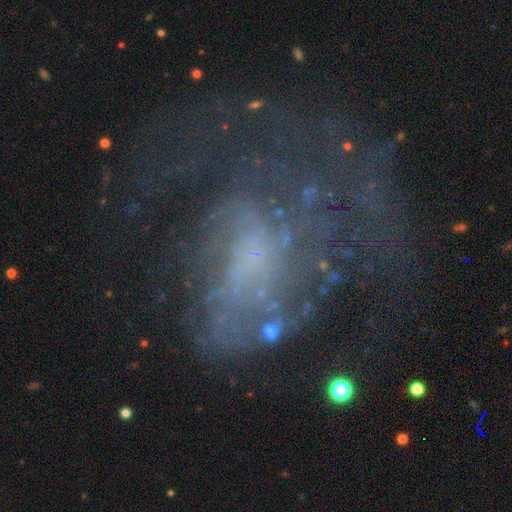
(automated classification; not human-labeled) A featured or disk galaxy (66%) with no bar (74%), no spiral arms (51%) and no central bulge (51%).

Vote fractions:
- Smooth or featured? featured or disk: 66% / smooth: 19% / star or artifact: 16%
- Edge-on disk? no: 96% / yes: 4%
- Bar? no: 74% / weak: 21% / strong: 5%
- Spiral arms? no: 51% / yes: 49%
- Bulge size? none: 51% / small: 26% / moderate: 16% / large: 4% / dominant: 2%
- Merging? major disturbance: 47% / none: 31% / minor disturbance: 17% / merger: 5%